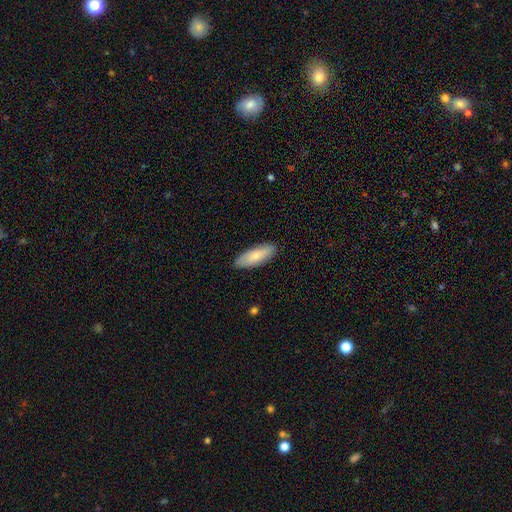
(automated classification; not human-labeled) This appears to be a smooth galaxy with no disk features (78%) that is in between round and cigar-shaped (68%). Merging: none (87%).